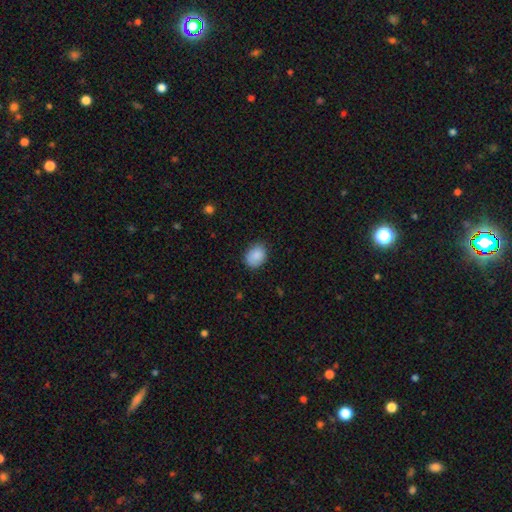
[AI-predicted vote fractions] This appears to be a smooth galaxy with no disk features (88%) that is in between round and cigar-shaped (59%). Merging: none (81%).